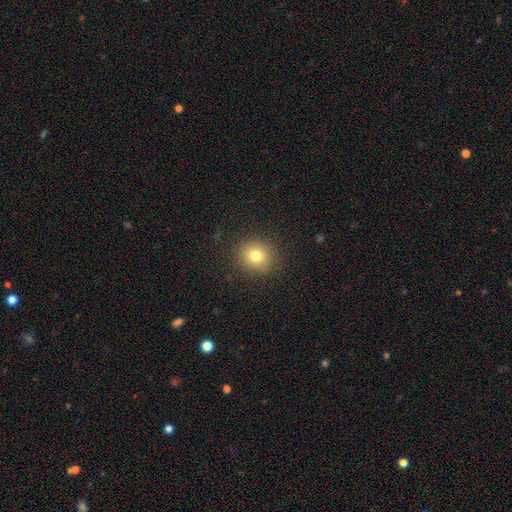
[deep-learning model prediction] Overall: smooth (78%). How rounded: round (88%). Merging: none (89%).